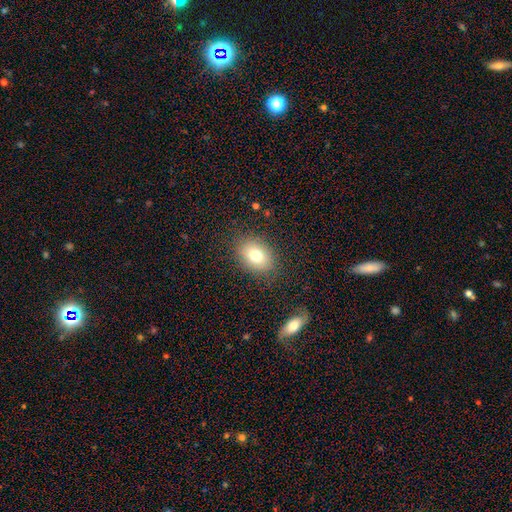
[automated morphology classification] Smooth or featured? smooth (76%)
How rounded? in between (66%)
Merging? none (85%)